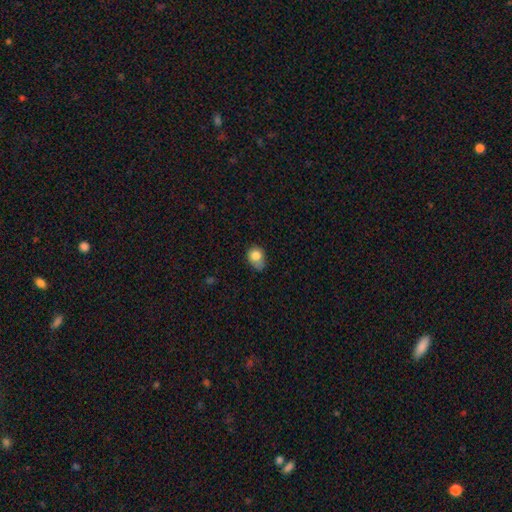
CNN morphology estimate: smooth 81%, star or artifact 9%, featured or disk 9%. Down the decision tree: how rounded — round (50%); merging — none (45%).